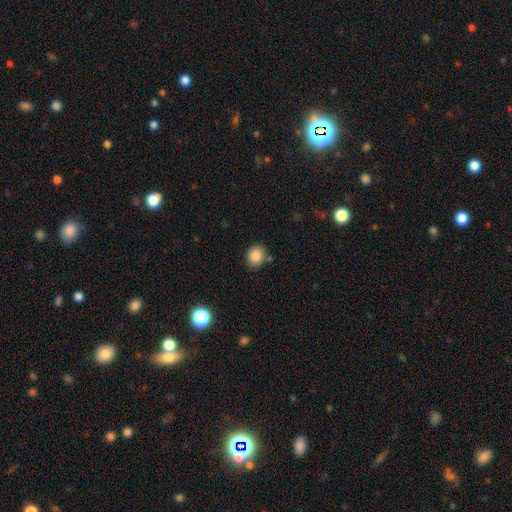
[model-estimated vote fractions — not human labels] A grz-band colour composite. It shows a smooth galaxy with no disk features (86%) that is round (67%). Merging: none (81%).